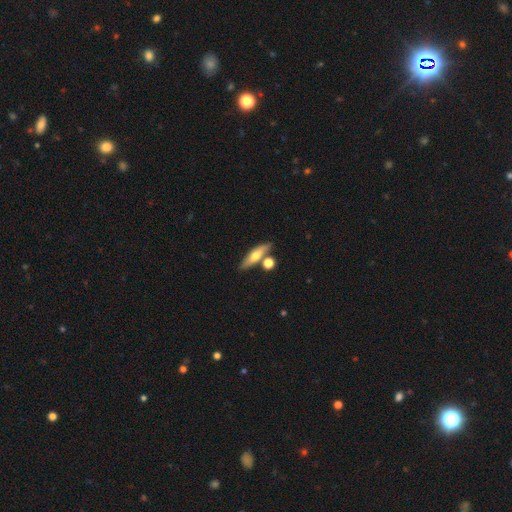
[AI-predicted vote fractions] smooth_or_featured: smooth (p=0.52) [alt: featured or disk p=0.41]
how_rounded: cigar-shaped (p=0.60) [alt: in between p=0.35]
merging: none (p=0.71) [alt: merger p=0.15]